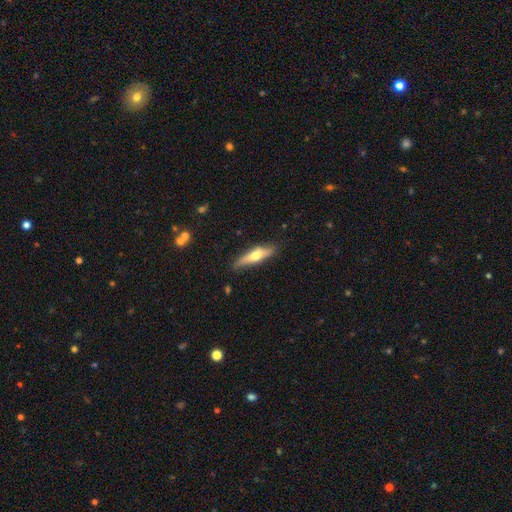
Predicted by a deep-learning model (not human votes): Smooth or featured: smooth — 49% (featured or disk — 45%)
Merging: none — 79% (minor disturbance — 16%)